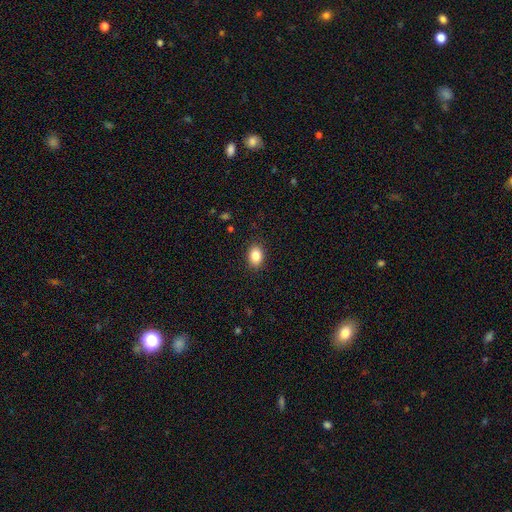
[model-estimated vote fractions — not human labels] Overall: smooth (86%). How rounded: in between (75%). Merging: none (89%).